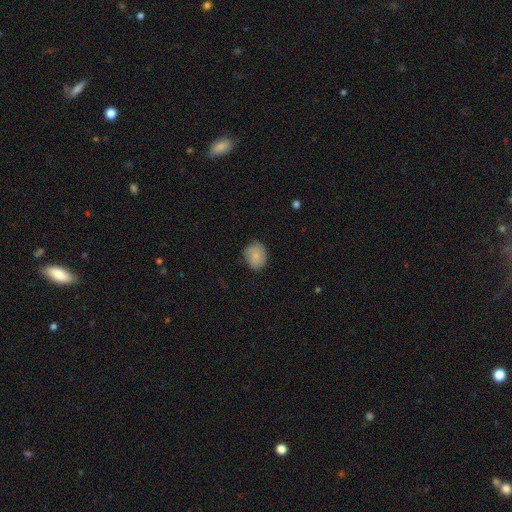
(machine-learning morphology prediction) This appears to be a smooth galaxy with no disk features (80%) that is round (56%). Merging: none (75%).